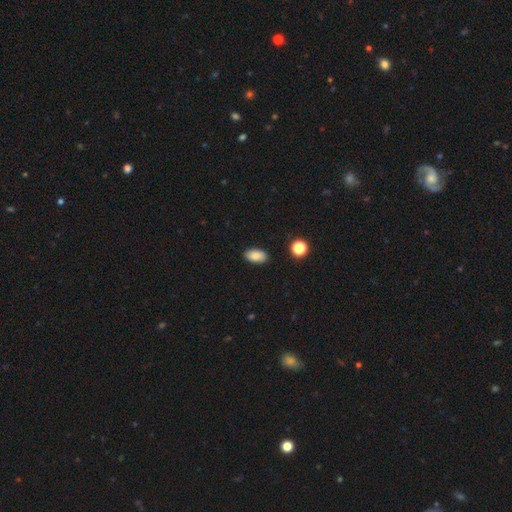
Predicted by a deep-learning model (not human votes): Overall: smooth (86%). How rounded: in between (93%). Merging: none (88%).